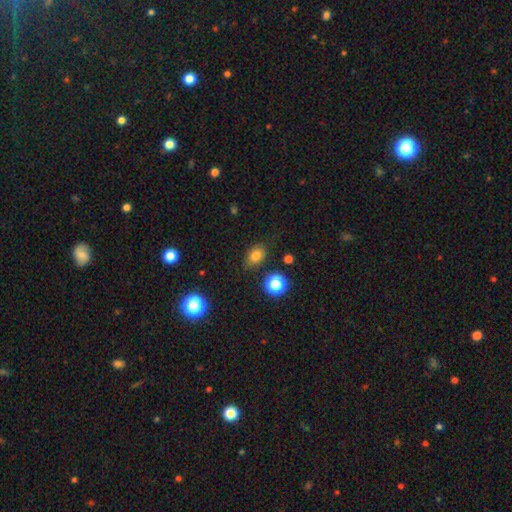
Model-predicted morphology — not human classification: Smooth or featured? Predicted: smooth (p=0.77). How rounded? Predicted: in between (p=0.67). Merging? Predicted: none (p=0.79).